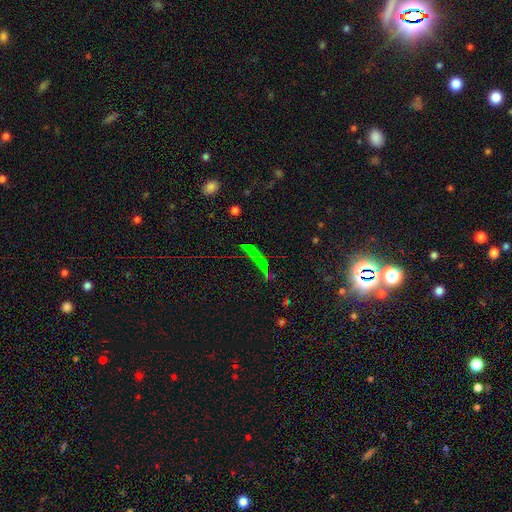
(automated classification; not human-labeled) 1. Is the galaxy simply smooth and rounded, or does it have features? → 63% star or artifact, 20% smooth, 17% featured or disk.